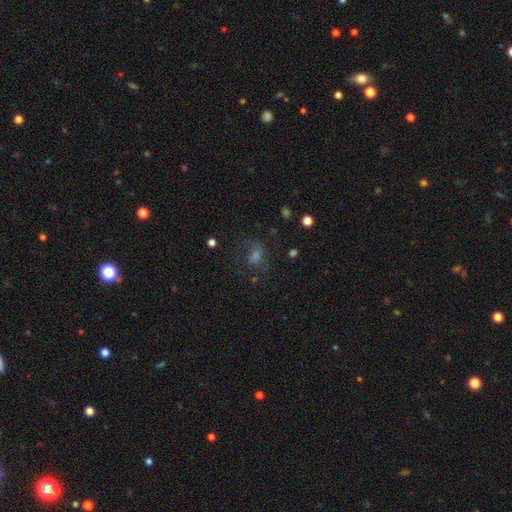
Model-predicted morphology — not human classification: A smooth galaxy with no disk features (43%). Merging: none (64%).